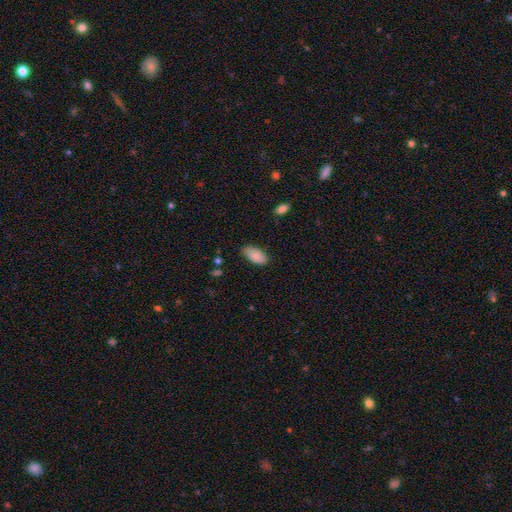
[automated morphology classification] type=smooth (87%); roundness=in between (94%); merging=none (77%).